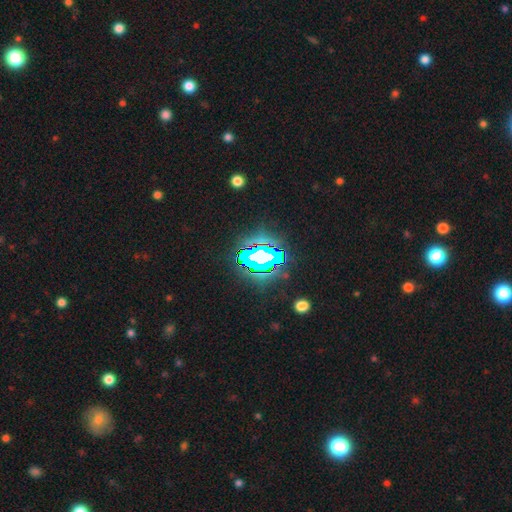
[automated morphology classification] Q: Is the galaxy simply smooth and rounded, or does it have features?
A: star or artifact — 70%.